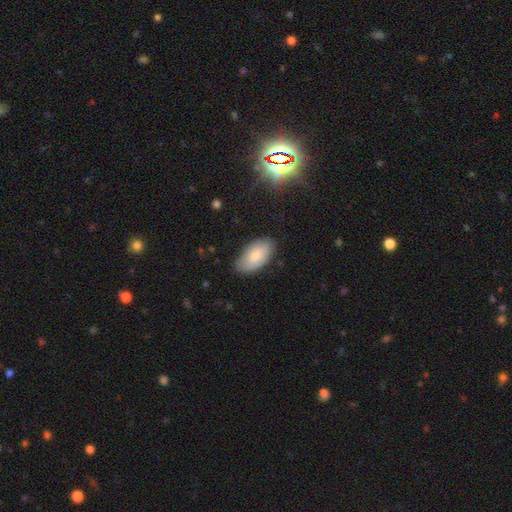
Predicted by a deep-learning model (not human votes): The model was most divided on "smooth or featured": smooth: 75%, featured or disk: 19%, star or artifact: 6%. More confident: how rounded — in between (95%); merging — none (81%).